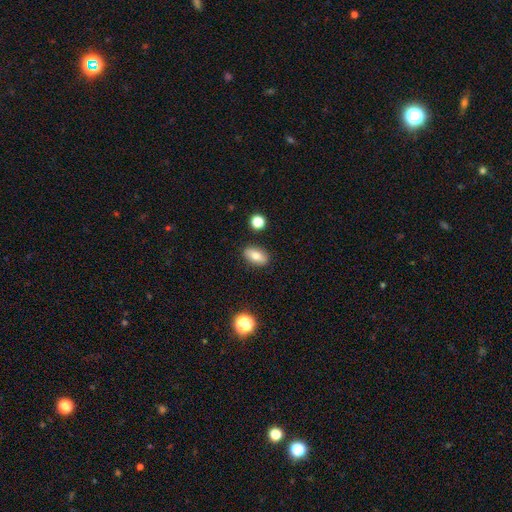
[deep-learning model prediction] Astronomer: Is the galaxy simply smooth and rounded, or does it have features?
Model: smooth — 76%.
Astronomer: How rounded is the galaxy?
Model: in between — 85%.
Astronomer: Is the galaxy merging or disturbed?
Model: none — 87%.